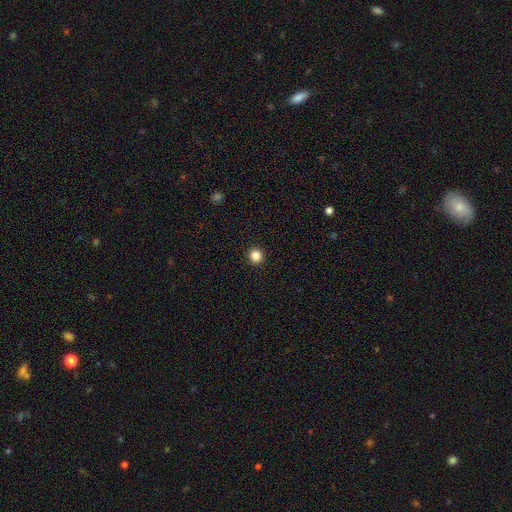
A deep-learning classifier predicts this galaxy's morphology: A smooth galaxy with no disk features (84%) that is round (95%).

Vote fractions:
- Smooth or featured? smooth: 84% / star or artifact: 12% / featured or disk: 4%
- How rounded? round: 95% / in between: 4% / cigar-shaped: 1%
- Merging? none: 94% / minor disturbance: 4% / major disturbance: 1% / merger: 1%